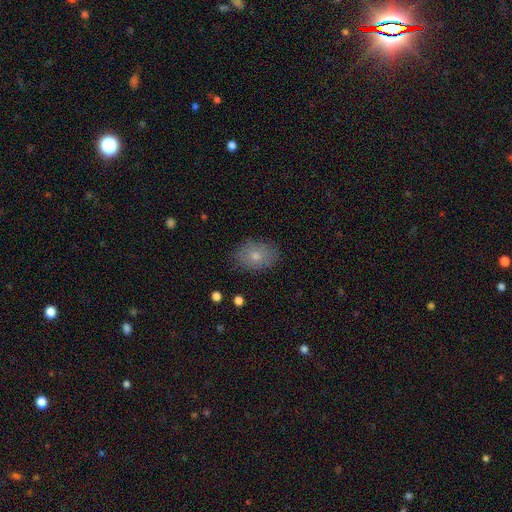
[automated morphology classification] Smooth or featured? smooth (73%)
How rounded? in between (79%)
Merging? none (83%)